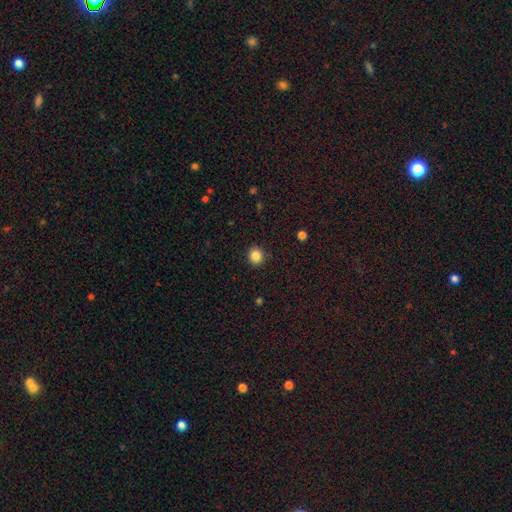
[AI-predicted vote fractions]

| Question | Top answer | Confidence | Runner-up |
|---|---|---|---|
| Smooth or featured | smooth | 85% | star or artifact (11%) |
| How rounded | round | 90% | in between (9%) |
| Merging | none | 91% | minor disturbance (6%) |